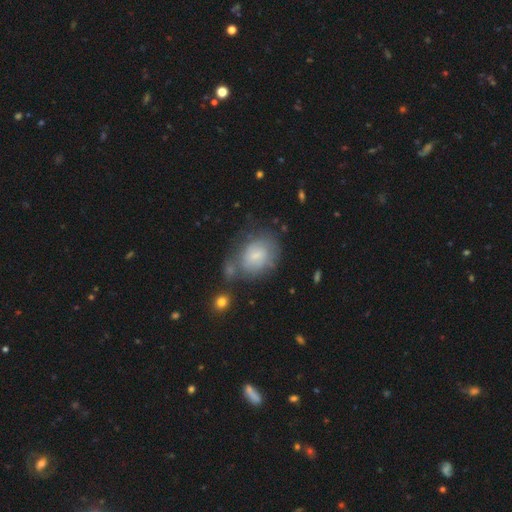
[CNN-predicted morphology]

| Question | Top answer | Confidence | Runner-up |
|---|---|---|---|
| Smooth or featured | smooth | 57% | featured or disk (34%) |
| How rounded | in between | 63% | round (35%) |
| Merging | none | 48% | minor disturbance (23%) |